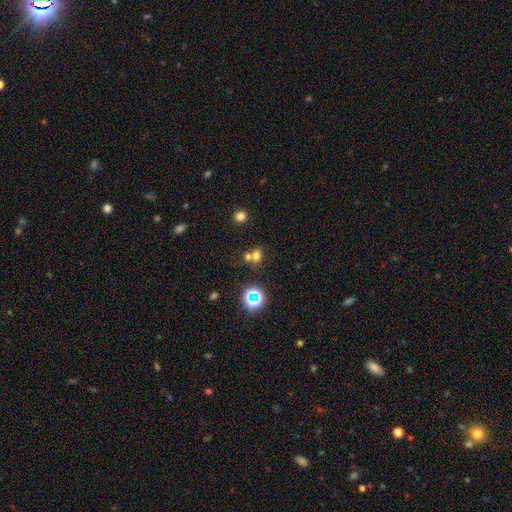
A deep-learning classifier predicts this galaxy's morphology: Overall: smooth (64%; star or artifact 25%). How rounded: round (74%). Merging: none (49%; merger 41%).